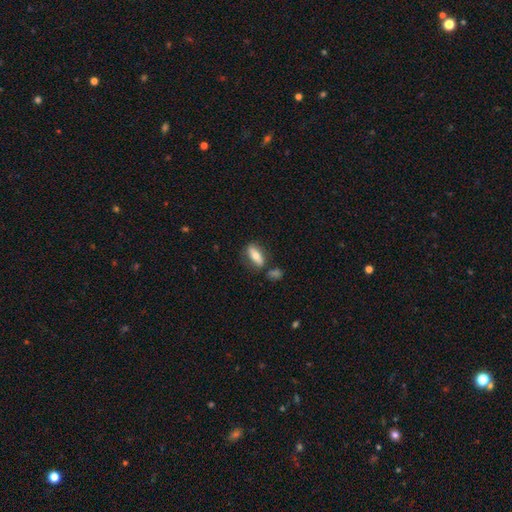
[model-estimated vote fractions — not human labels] Q: Smooth or featured?
A: smooth (66%); runner-up: featured or disk (28%)
Q: How rounded?
A: in between (70%); runner-up: cigar-shaped (26%)
Q: Merging?
A: none (68%); runner-up: minor disturbance (16%)